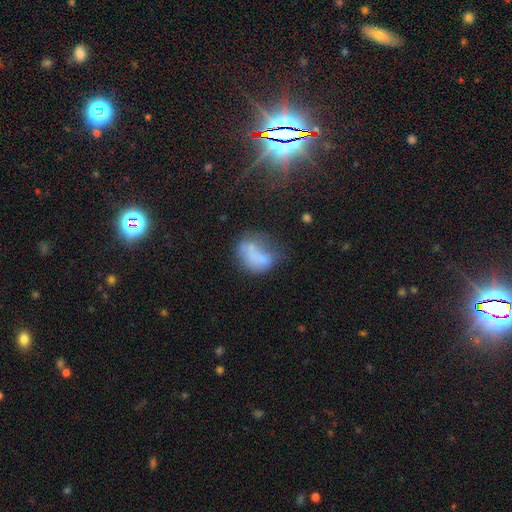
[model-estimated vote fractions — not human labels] Morphology: type=smooth (59%); roundness=in between (68%); merging=none (27%).